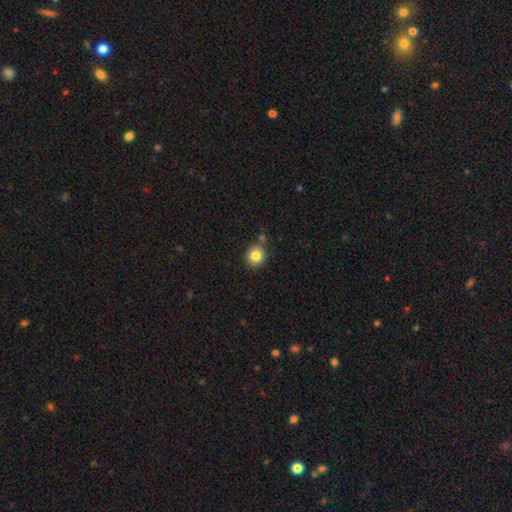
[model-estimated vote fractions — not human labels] Smooth or featured: smooth — 83% (star or artifact — 10%)
How rounded: round — 90% (in between — 9%)
Merging: none — 77% (minor disturbance — 11%)